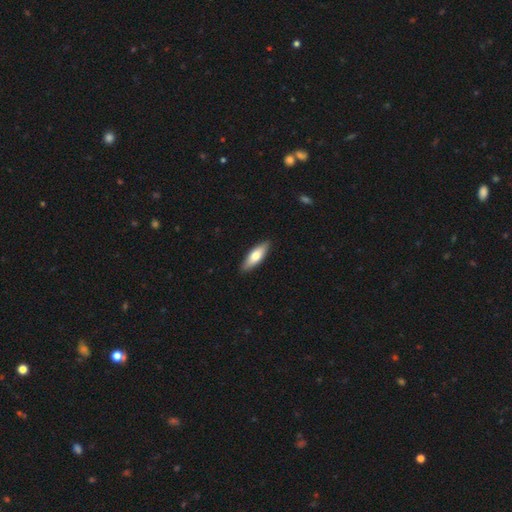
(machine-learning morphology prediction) A smooth galaxy with no disk features (67%) that is in between round and cigar-shaped (56%). Merging: none (89%).